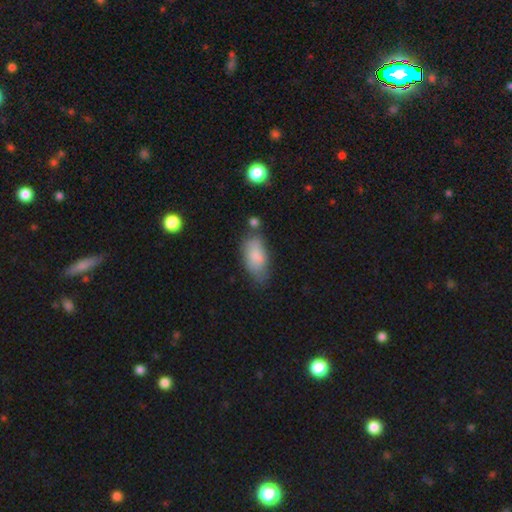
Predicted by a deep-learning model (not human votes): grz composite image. It shows a smooth galaxy with no disk features (80%) that is in between round and cigar-shaped (90%). Merging: none (56%).